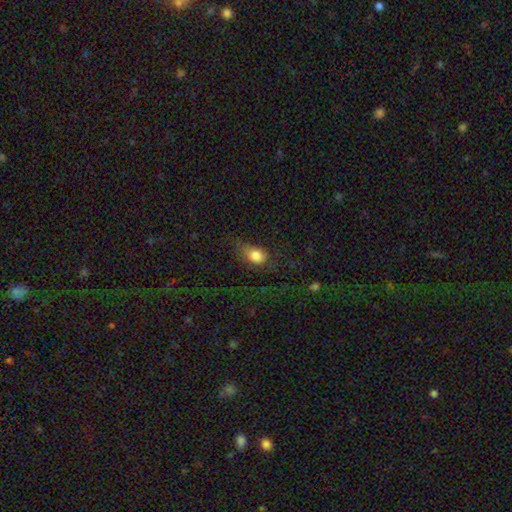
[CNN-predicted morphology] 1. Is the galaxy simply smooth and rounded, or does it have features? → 79% smooth, 11% star or artifact, 10% featured or disk.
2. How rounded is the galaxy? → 73% in between, 24% round, 3% cigar-shaped.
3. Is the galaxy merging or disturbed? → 46% none, 26% minor disturbance, 25% major disturbance, 2% merger.